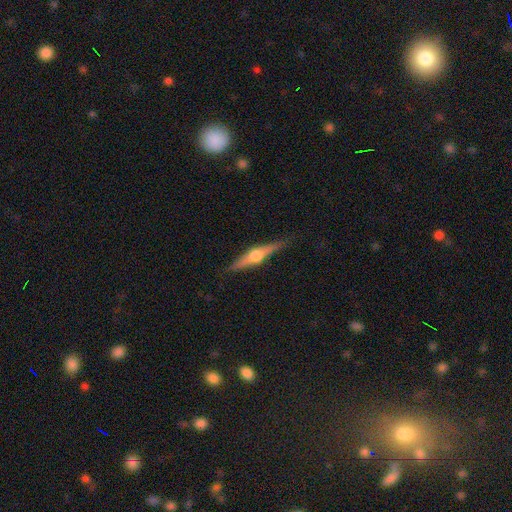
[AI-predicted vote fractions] This appears to be a featured or disk galaxy (74%) viewed edge-on (97%) with a rounded central bulge (94%). Merging: none (87%).